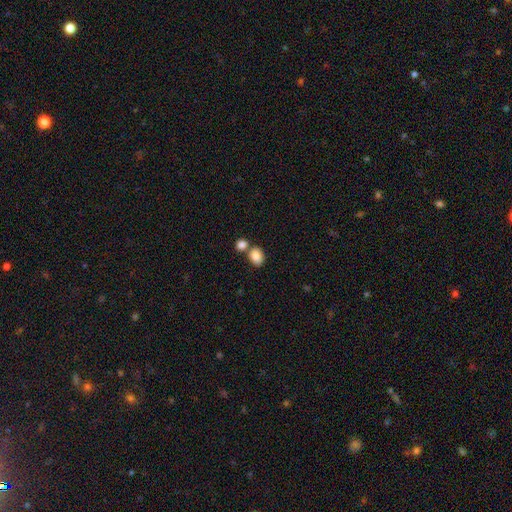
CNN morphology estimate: Overall: smooth (86%). How rounded: in between (66%; round 33%). Merging: none (56%; merger 32%).